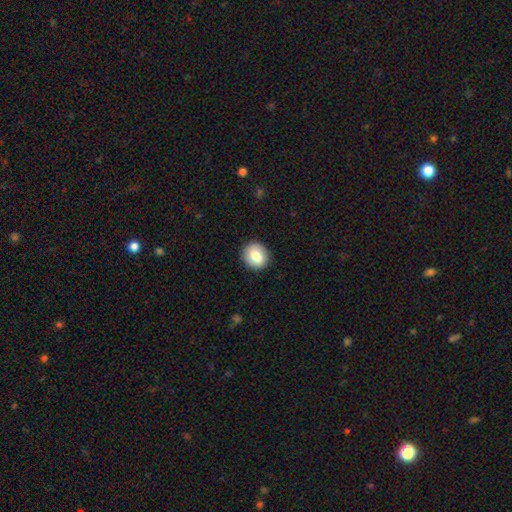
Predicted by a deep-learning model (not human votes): Smooth or featured? Predicted: smooth (p=0.78). How rounded? Predicted: round (p=0.75). Merging? Predicted: none (p=0.89).